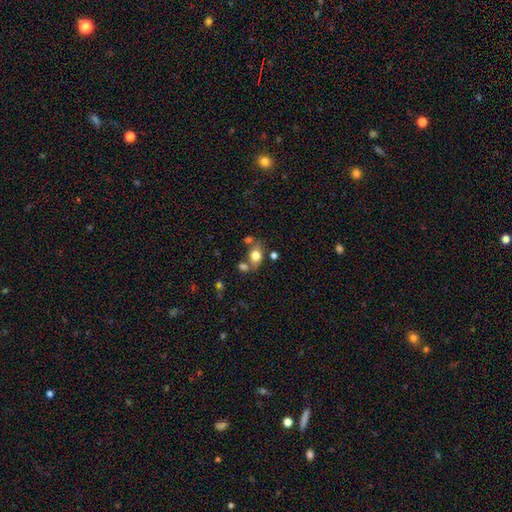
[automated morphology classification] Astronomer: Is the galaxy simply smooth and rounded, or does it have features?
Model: smooth — 75%.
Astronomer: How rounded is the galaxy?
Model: in between — 66%.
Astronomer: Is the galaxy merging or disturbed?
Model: none — 54%.